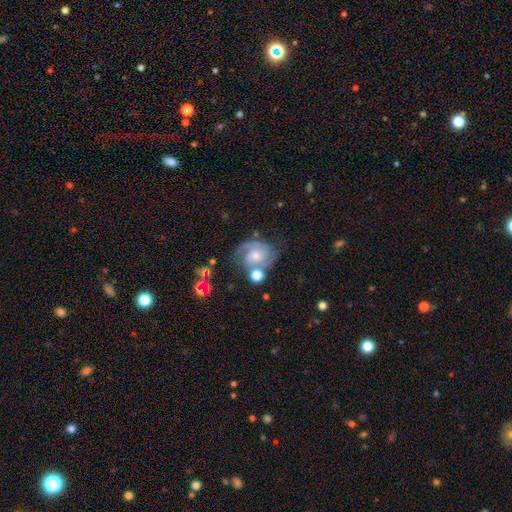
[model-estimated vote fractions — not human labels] This appears to be a featured or disk galaxy (84%) with no bar (57%), 2 (71%) medium (48%) spiral arms (97%) and a small central bulge (51%). Merging: none (60%).